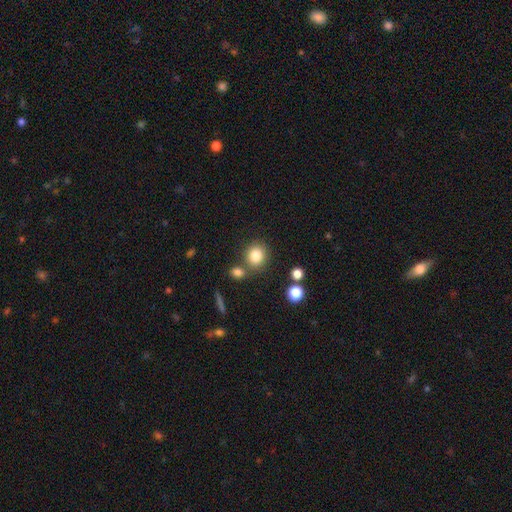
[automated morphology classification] smooth-or-featured: smooth: 83% | star or artifact: 10% | featured or disk: 7%
  how-rounded: round: 81% | in between: 18% | cigar-shaped: 1%
  merging: none: 72% | merger: 14% | minor disturbance: 10% | major disturbance: 3%